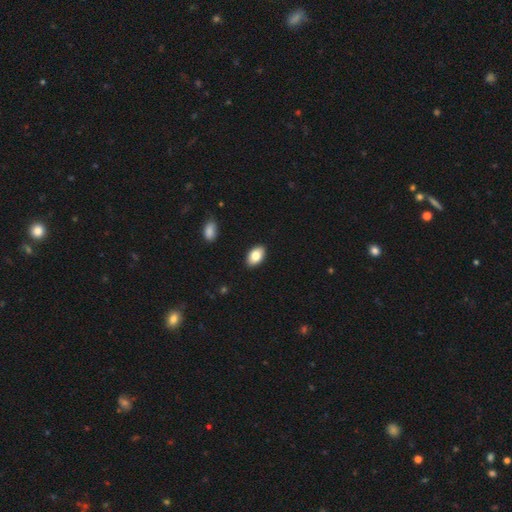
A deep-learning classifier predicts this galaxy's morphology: smooth 82%, featured or disk 11%, star or artifact 7%. Down the decision tree: how rounded — in between (93%); merging — none (90%).